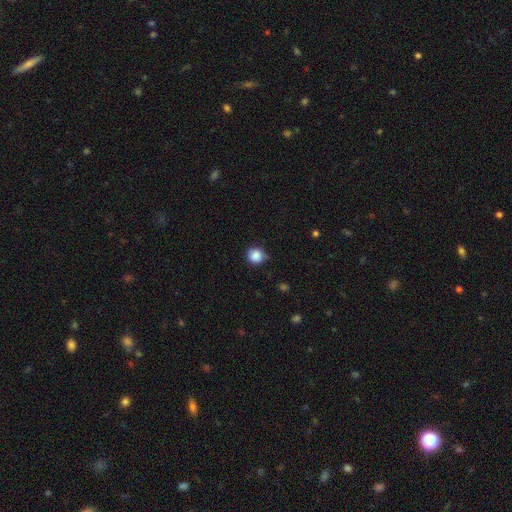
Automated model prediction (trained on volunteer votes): Smooth or featured? smooth (87%)
How rounded? round (90%)
Merging? none (73%)